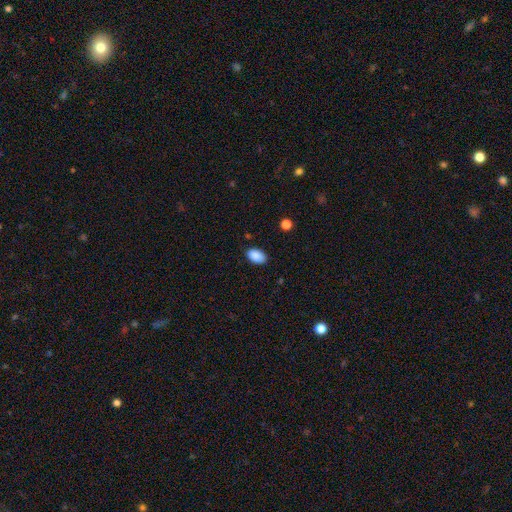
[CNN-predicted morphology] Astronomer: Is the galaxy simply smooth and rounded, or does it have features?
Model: smooth — 89%.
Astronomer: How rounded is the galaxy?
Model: in between — 91%.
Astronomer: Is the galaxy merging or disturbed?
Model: none — 83%.